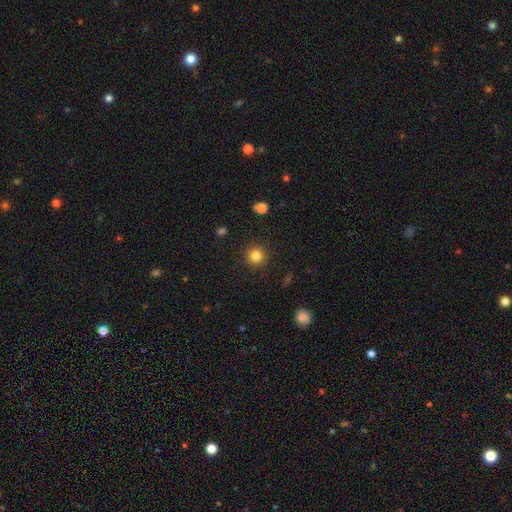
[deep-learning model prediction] Smooth or featured? smooth (83%)
How rounded? round (94%)
Merging? none (91%)